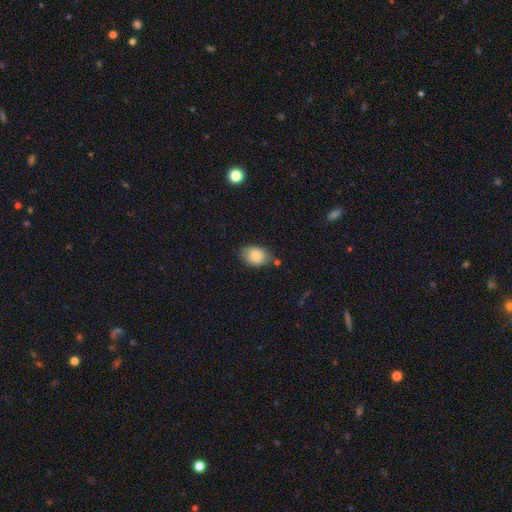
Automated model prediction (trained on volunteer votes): This appears to be a smooth galaxy with no disk features (78%) that is in between round and cigar-shaped (70%). Merging: none (68%).